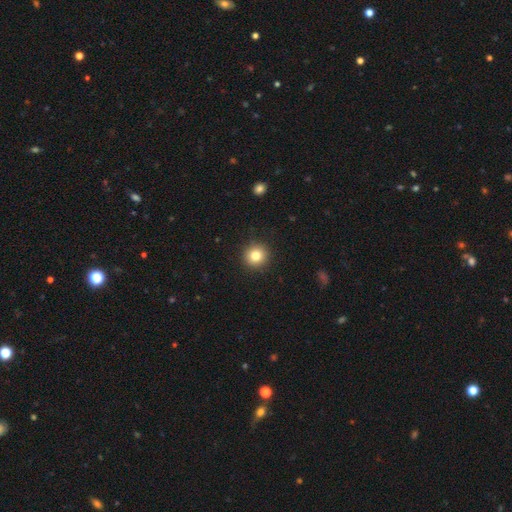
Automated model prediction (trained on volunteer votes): Smooth or featured? Predicted: smooth (p=0.82). How rounded? Predicted: round (p=0.94). Merging? Predicted: none (p=0.92).